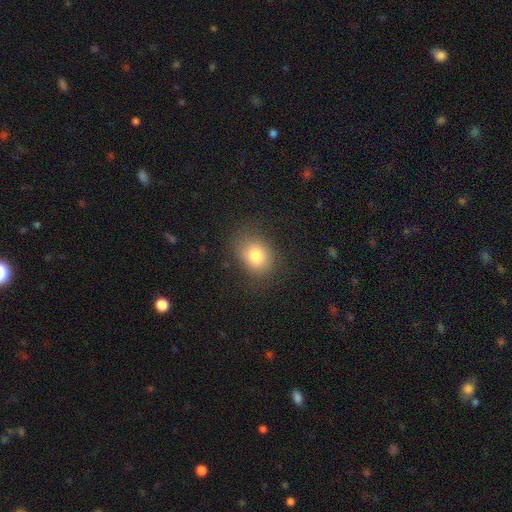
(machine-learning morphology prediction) A smooth galaxy with no disk features (80%) that is round (52%). Merging: none (79%).